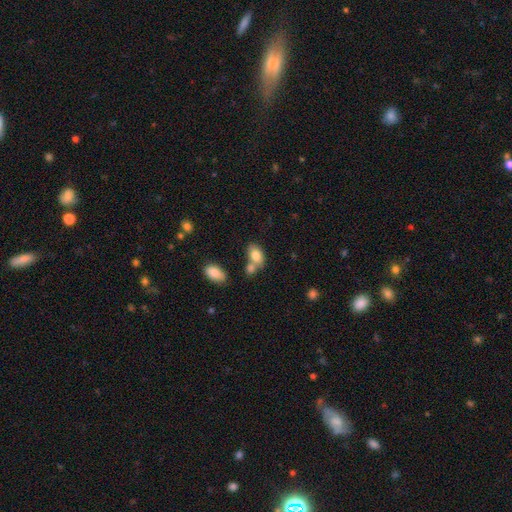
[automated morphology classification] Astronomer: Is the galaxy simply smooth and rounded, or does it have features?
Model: smooth — 80%.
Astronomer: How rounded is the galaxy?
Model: in between — 86%.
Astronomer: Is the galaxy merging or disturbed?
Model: none — 42% (runner-up: merger, 39%).